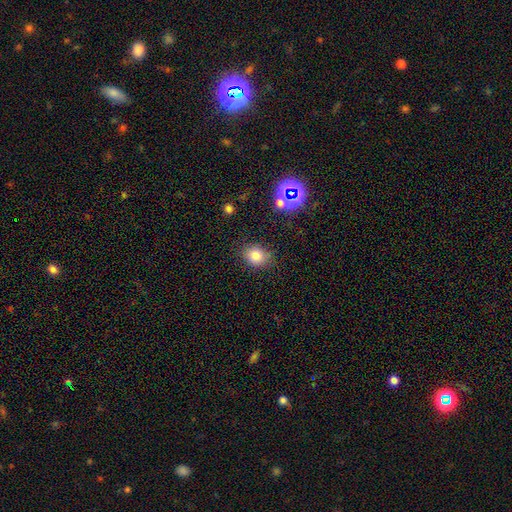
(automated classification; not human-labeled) smooth 78%, star or artifact 14%, featured or disk 8%. Down the decision tree: how rounded — round (56%); merging — none (80%).